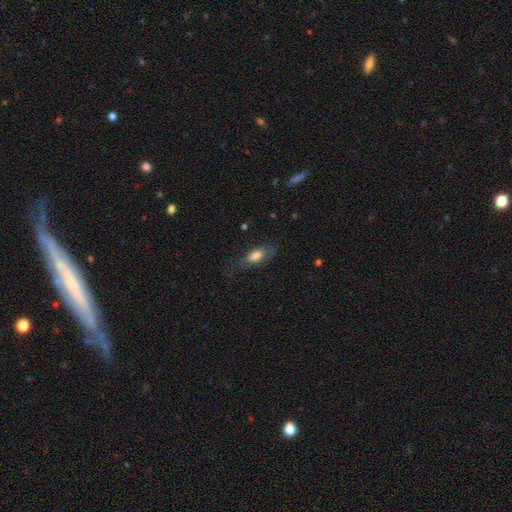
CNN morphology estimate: A smooth galaxy with no disk features (71%) that is in between round and cigar-shaped (77%). Merging: none (61%).